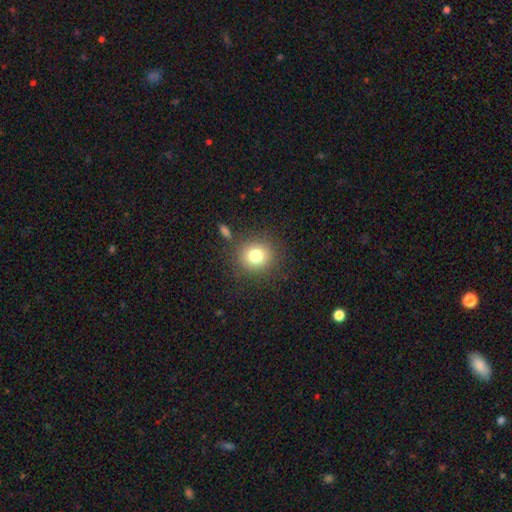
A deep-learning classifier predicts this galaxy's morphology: This appears to be a smooth galaxy with no disk features (79%) that is round (86%). Merging: none (84%).